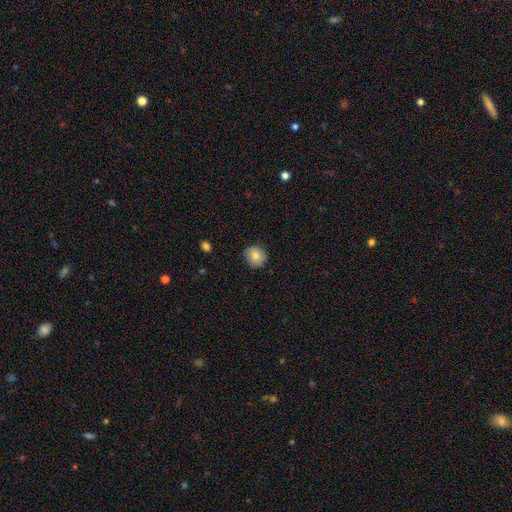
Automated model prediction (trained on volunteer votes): Q: Smooth or featured?
A: smooth (81%); runner-up: featured or disk (11%)
Q: How rounded?
A: round (84%); runner-up: in between (15%)
Q: Merging?
A: none (84%); runner-up: minor disturbance (13%)